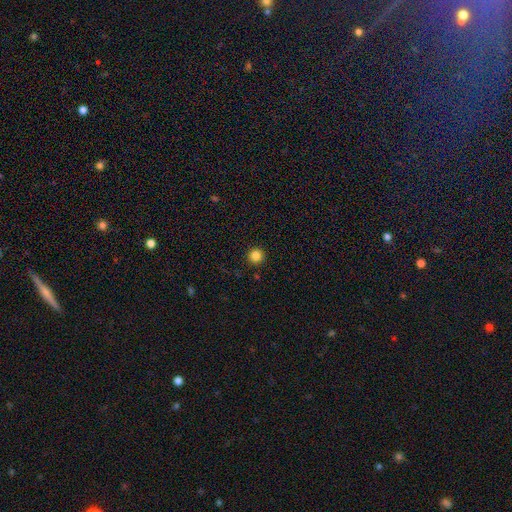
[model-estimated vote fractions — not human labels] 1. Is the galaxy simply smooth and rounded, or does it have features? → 84% smooth, 12% star or artifact, 4% featured or disk.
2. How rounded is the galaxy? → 96% round, 3% in between, 1% cigar-shaped.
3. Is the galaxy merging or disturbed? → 93% none, 5% minor disturbance, 2% major disturbance, 1% merger.